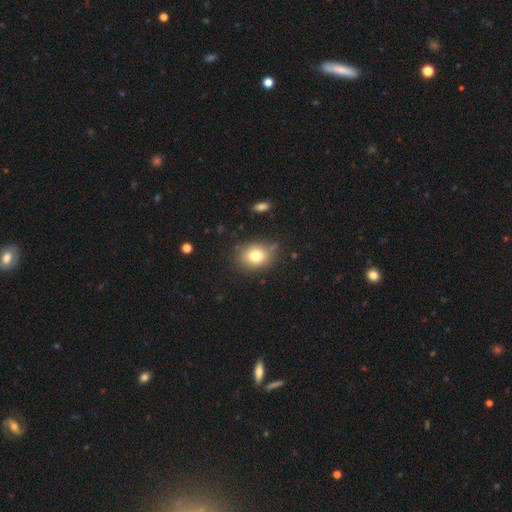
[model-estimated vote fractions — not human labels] This appears to be a smooth galaxy with no disk features (78%) that is round (51%). Merging: none (82%).